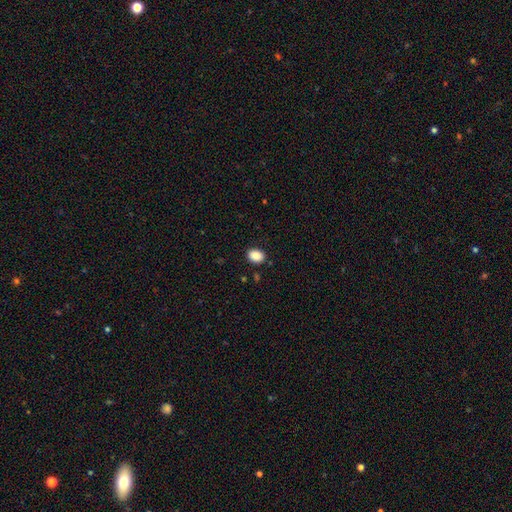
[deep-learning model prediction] Q: Smooth or featured?
A: smooth (89%); runner-up: star or artifact (8%)
Q: How rounded?
A: in between (71%); runner-up: round (28%)
Q: Merging?
A: none (89%); runner-up: minor disturbance (8%)